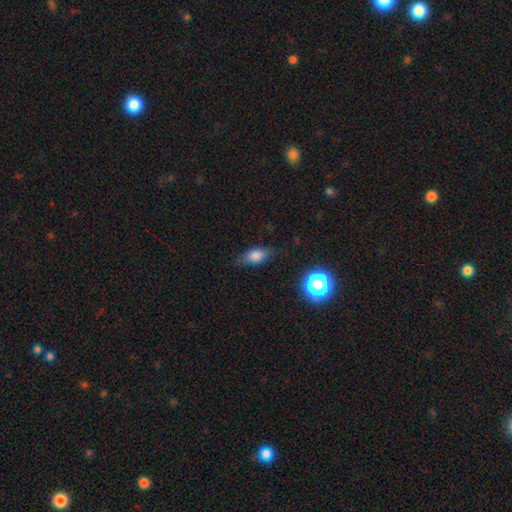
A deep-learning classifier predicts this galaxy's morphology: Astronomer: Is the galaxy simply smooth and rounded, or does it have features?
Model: smooth — 76%.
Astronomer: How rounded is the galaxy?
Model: in between — 79%.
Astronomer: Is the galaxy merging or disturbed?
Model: none — 71%.